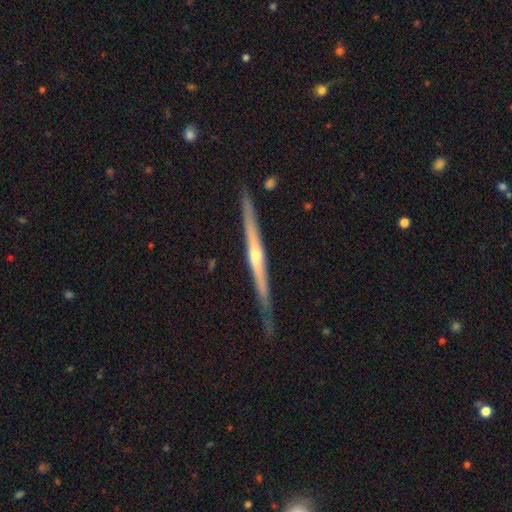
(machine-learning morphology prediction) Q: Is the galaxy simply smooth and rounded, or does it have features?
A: featured or disk — 81%.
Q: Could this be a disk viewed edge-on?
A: yes — 98%.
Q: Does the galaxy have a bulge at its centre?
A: rounded — 74%.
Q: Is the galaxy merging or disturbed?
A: none — 85%.